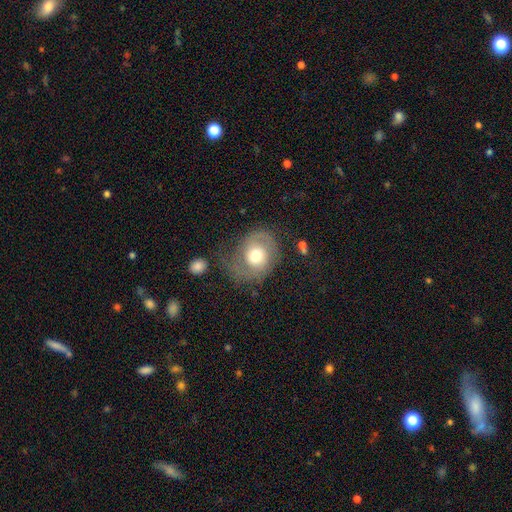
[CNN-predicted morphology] The model was most divided on "smooth or featured": featured or disk: 50%, smooth: 42%, star or artifact: 8%. Remaining: edge-on disk — no (97%); merging — none (44%).